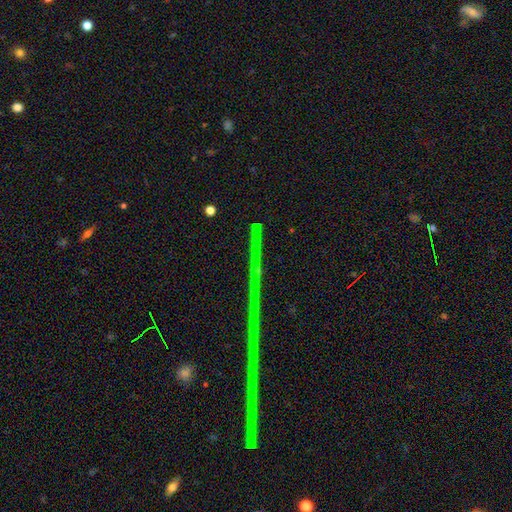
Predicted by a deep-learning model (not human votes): star or artifact 82%, featured or disk 11%, smooth 7%.